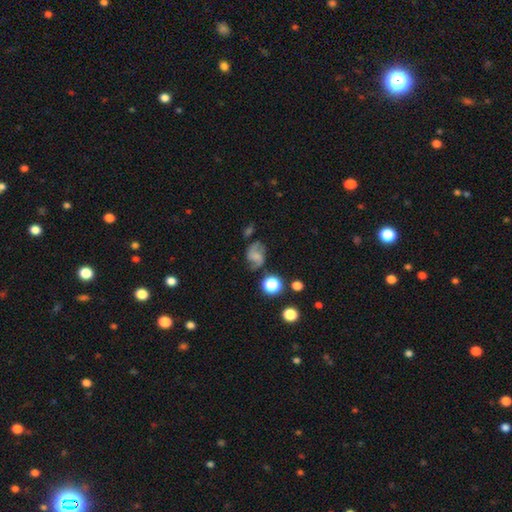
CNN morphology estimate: Smooth or featured?
  - featured or disk: 54% *
  - smooth: 32%
  - star or artifact: 13%
Edge-on disk?
  - no: 97% *
  - yes: 3%
Bar?
  - no: 44% *
  - weak: 42%
  - strong: 14%
Spiral arms?
  - yes: 89% *
  - no: 11%
Bulge size?
  - none: 39% *
  - small: 35%
  - moderate: 19%
  - large: 5%
  - dominant: 2%
Merging?
  - none: 61% *
  - minor disturbance: 22%
  - major disturbance: 12%
  - merger: 5%